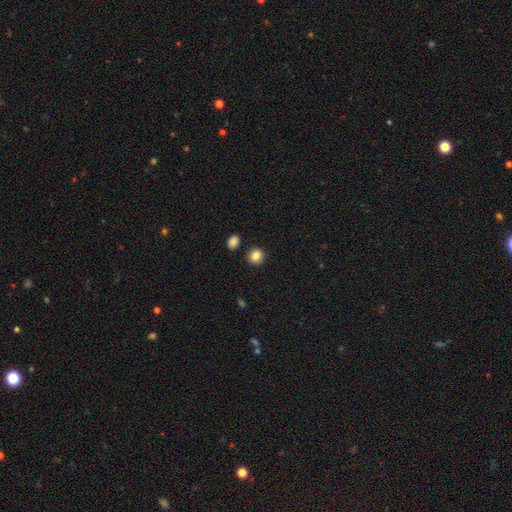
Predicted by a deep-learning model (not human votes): Morphology: type=smooth (86%); roundness=round (85%); merging=none (87%).